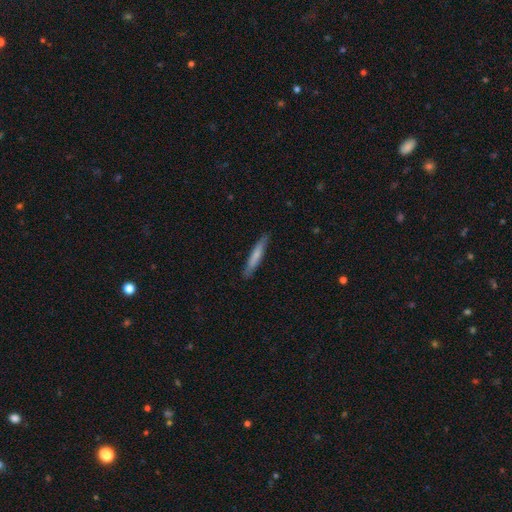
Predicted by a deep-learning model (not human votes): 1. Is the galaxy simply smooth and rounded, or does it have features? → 67% smooth, 28% featured or disk, 5% star or artifact.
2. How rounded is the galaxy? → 94% cigar-shaped, 5% in between, 1% round.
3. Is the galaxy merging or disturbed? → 88% none, 9% minor disturbance, 2% major disturbance, 1% merger.